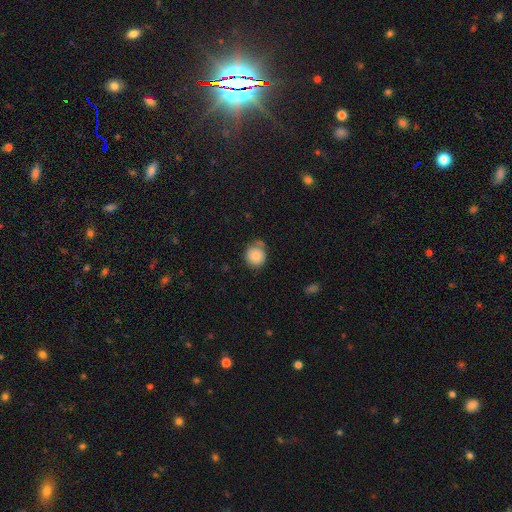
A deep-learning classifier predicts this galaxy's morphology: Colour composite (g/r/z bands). It shows a smooth galaxy with no disk features (86%) that is round (88%). Merging: none (69%).